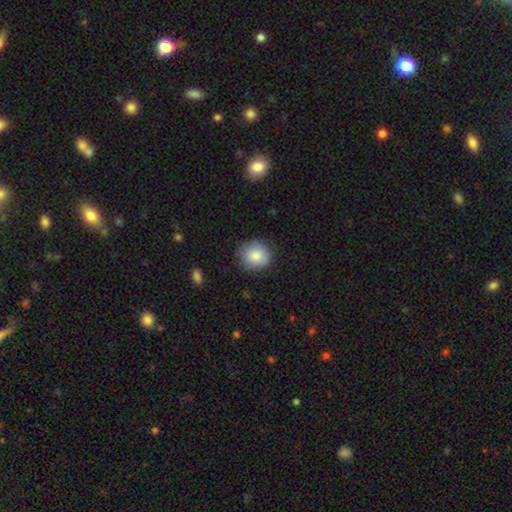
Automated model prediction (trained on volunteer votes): smooth 85%, star or artifact 8%, featured or disk 7%. Down the decision tree: how rounded — round (87%); merging — none (83%).